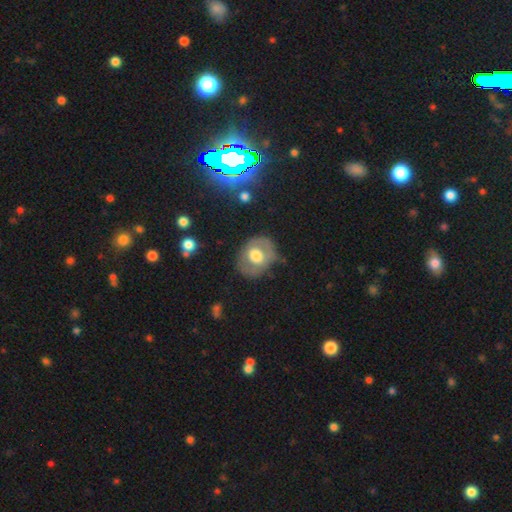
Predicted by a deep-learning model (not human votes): A smooth galaxy with no disk features (49%). Merging: none (72%).